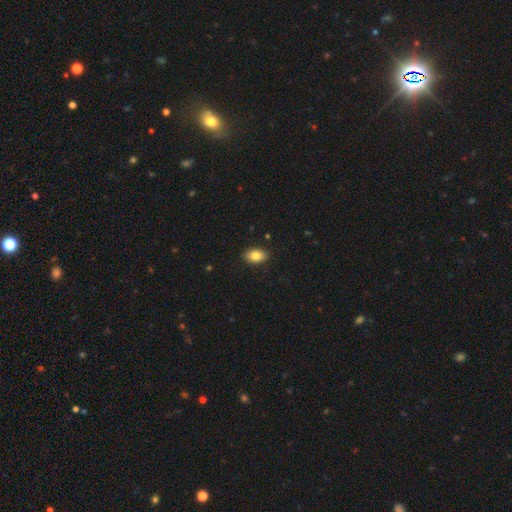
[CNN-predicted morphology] This is clearly a smooth galaxy (84%). How rounded: clearly in between (87%). Merging: clearly none (89%).